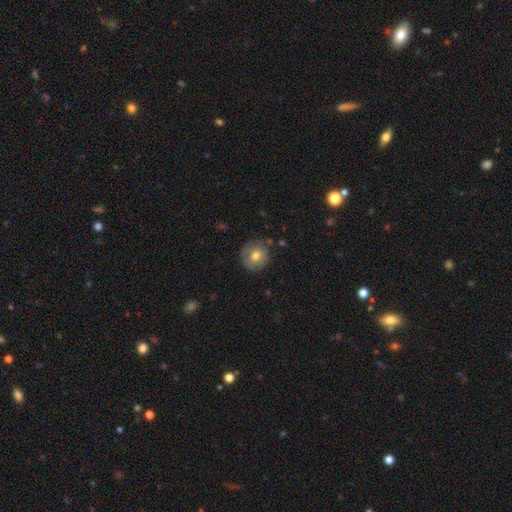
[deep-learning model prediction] This is likely a smooth galaxy (69%). How rounded: clearly round (91%). Merging: likely none (78%).